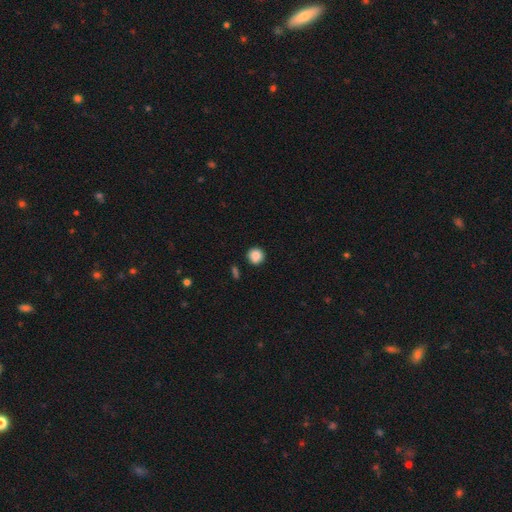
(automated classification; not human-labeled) A smooth galaxy with no disk features (87%) that is round (94%).

Vote fractions:
- Smooth or featured? smooth: 87% / star or artifact: 9% / featured or disk: 4%
- How rounded? round: 94% / in between: 5% / cigar-shaped: 1%
- Merging? none: 90% / minor disturbance: 7% / merger: 2% / major disturbance: 2%